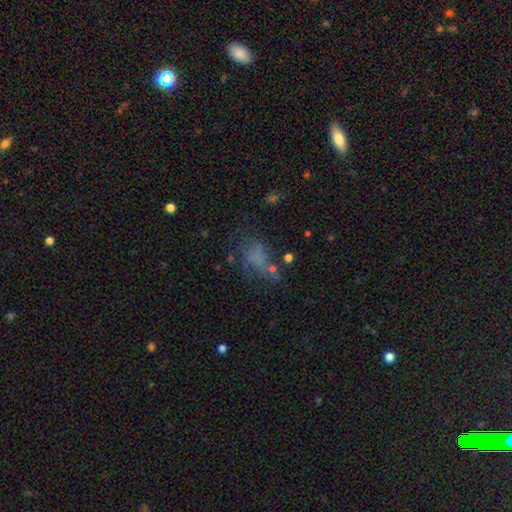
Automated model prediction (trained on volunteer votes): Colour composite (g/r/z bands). It shows a smooth galaxy with no disk features (45%). Merging: major disturbance (36%).